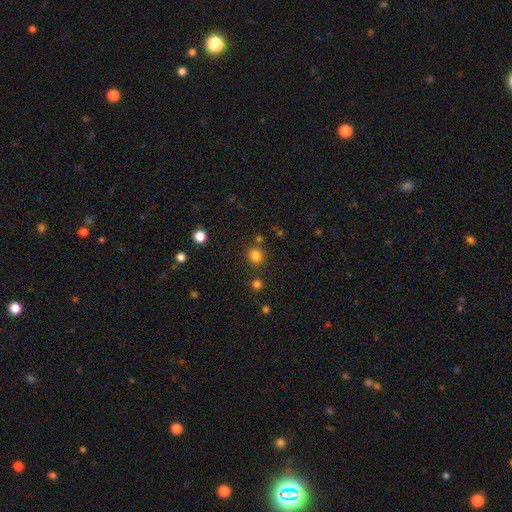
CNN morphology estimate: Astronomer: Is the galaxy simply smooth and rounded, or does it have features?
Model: smooth — 81%.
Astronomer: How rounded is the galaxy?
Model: round — 90%.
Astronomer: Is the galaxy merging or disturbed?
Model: none — 83%.